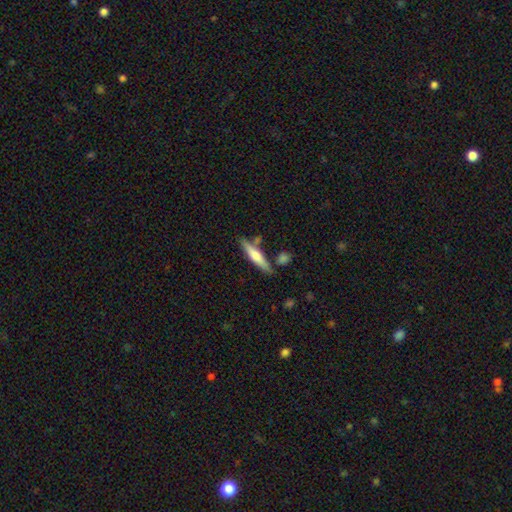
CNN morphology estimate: Smooth or featured? smooth (51%)
How rounded? cigar-shaped (84%)
Merging? none (76%)